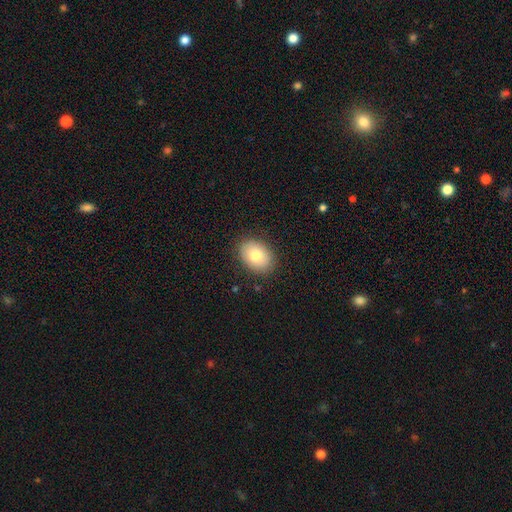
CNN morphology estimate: Smooth or featured?
  - smooth: 78% *
  - featured or disk: 13%
  - star or artifact: 8%
How rounded?
  - in between: 71% *
  - round: 29%
  - cigar-shaped: 1%
Merging?
  - none: 87% *
  - minor disturbance: 9%
  - major disturbance: 2%
  - merger: 1%